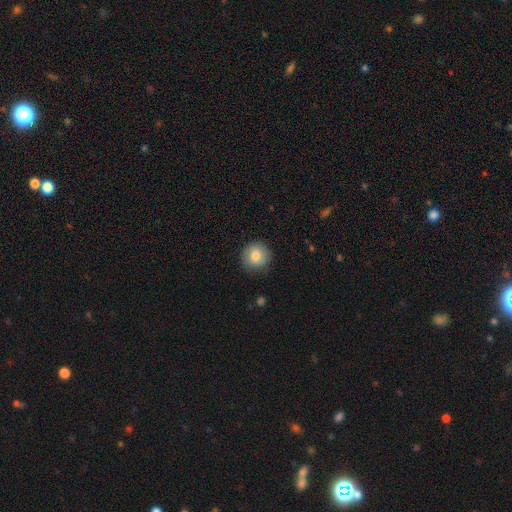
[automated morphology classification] Smooth or featured?
  - smooth: 78% *
  - featured or disk: 14%
  - star or artifact: 8%
How rounded?
  - round: 90% *
  - in between: 9%
  - cigar-shaped: 1%
Merging?
  - none: 84% *
  - minor disturbance: 12%
  - major disturbance: 3%
  - merger: 1%